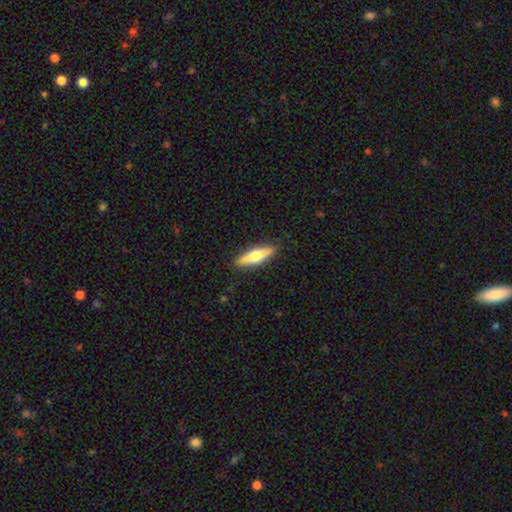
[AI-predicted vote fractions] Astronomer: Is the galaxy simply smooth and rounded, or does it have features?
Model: featured or disk — 49% (runner-up: smooth, 46%).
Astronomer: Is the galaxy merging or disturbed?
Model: none — 89%.